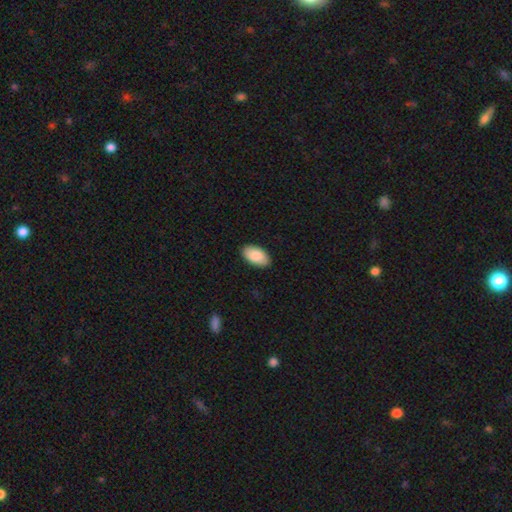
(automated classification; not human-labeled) Morphology: type=smooth (88%); roundness=in between (96%); merging=none (89%).